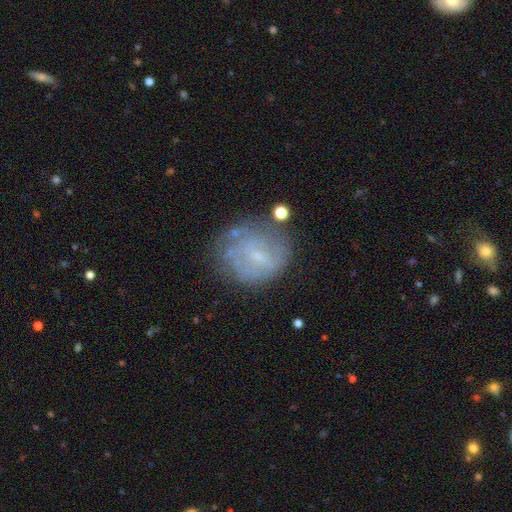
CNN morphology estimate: type=featured or disk (55%); edge-on=no (97%); bar=no (47%); spiral arms=yes (55%); bulge=small (69%); merging=none (59%).